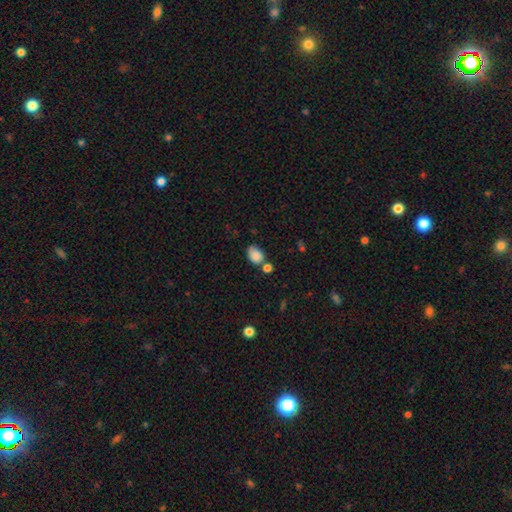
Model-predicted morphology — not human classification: Q: Smooth or featured?
A: smooth (84%); runner-up: star or artifact (9%)
Q: How rounded?
A: in between (79%); runner-up: round (20%)
Q: Merging?
A: none (49%); runner-up: merger (23%)